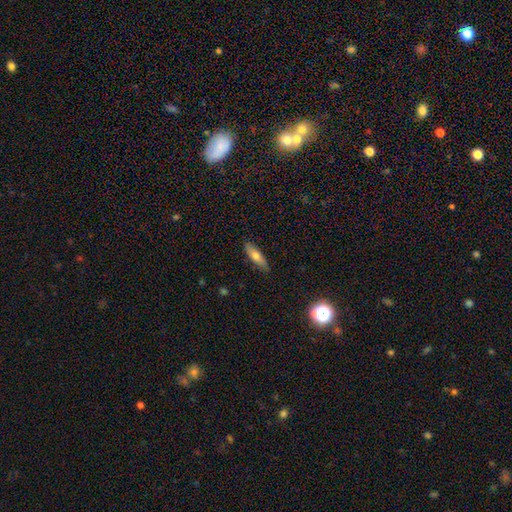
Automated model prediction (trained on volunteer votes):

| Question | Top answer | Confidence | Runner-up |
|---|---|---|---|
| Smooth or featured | smooth | 65% | featured or disk (28%) |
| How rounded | cigar-shaped | 60% | in between (37%) |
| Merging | none | 87% | minor disturbance (10%) |